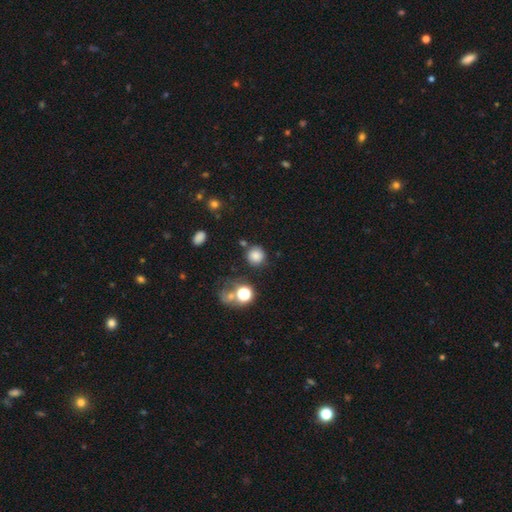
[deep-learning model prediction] Smooth or featured? smooth (81%)
How rounded? round (91%)
Merging? none (77%)